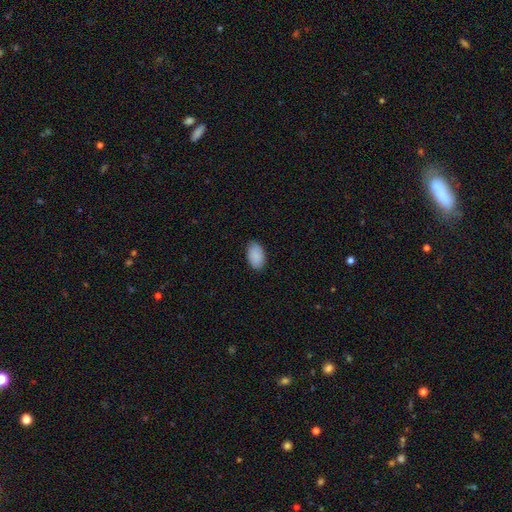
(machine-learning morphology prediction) Smooth or featured?
  - smooth: 90% *
  - star or artifact: 6%
  - featured or disk: 4%
How rounded?
  - in between: 94% *
  - round: 5%
  - cigar-shaped: 1%
Merging?
  - none: 87% *
  - minor disturbance: 10%
  - major disturbance: 2%
  - merger: 1%